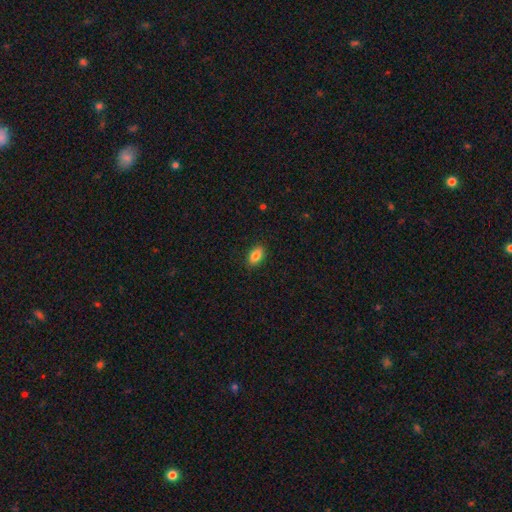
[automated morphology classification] smooth-or-featured: smooth: 85% | star or artifact: 8% | featured or disk: 7%
  how-rounded: in between: 90% | round: 7% | cigar-shaped: 3%
  merging: none: 89% | minor disturbance: 8% | major disturbance: 2% | merger: 1%